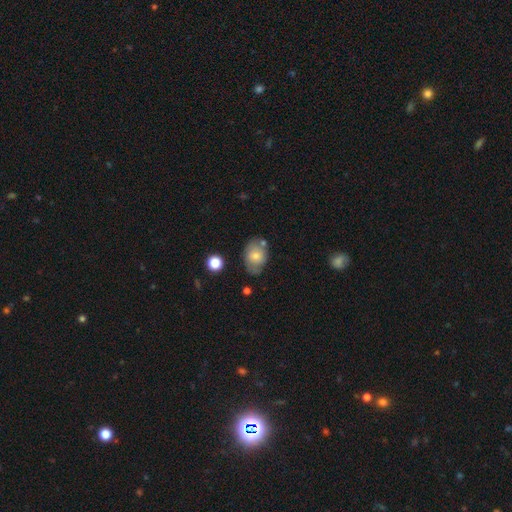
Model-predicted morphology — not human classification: This is likely a smooth galaxy (66%). How rounded: likely in between (74%). Merging: likely none (62%).